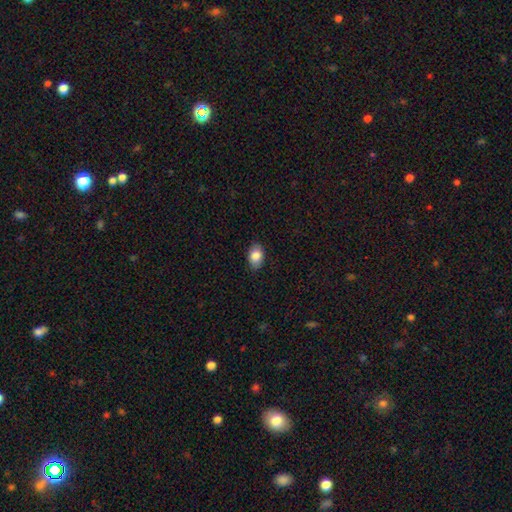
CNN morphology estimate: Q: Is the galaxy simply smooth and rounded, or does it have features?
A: smooth — 84%.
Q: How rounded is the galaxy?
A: in between — 86%.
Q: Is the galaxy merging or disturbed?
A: none — 87%.